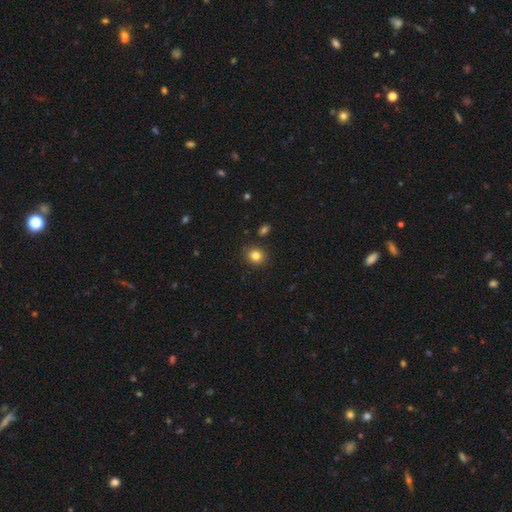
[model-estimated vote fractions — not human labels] The model was most divided on "how rounded": round: 82%, in between: 17%, cigar-shaped: 1%. More confident: merging — none (87%); smooth or featured — smooth (83%).